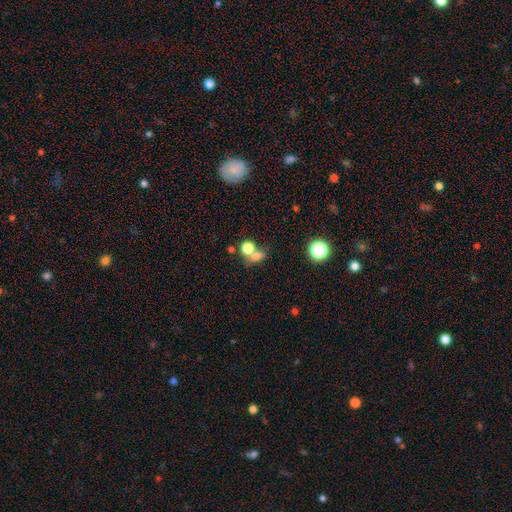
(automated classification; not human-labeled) Overall: smooth (72%). How rounded: round (53%; in between 45%). Merging: merger (43%; none 41%).